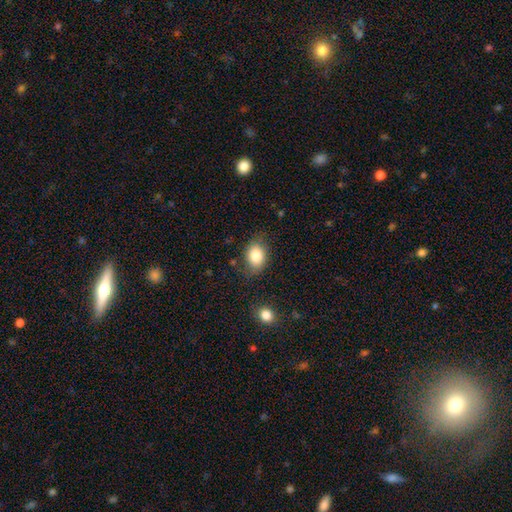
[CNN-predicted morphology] The model was most divided on "how rounded": in between: 71%, round: 28%, cigar-shaped: 1%. More confident: smooth or featured — smooth (83%); merging — none (72%).